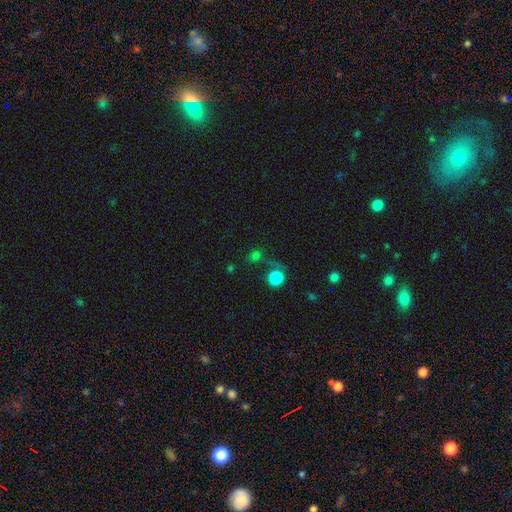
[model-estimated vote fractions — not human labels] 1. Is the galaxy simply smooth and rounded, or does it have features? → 68% smooth, 24% star or artifact, 8% featured or disk.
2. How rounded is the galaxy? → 76% round, 22% in between, 2% cigar-shaped.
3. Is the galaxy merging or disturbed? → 56% none, 17% merger, 14% minor disturbance, 13% major disturbance.